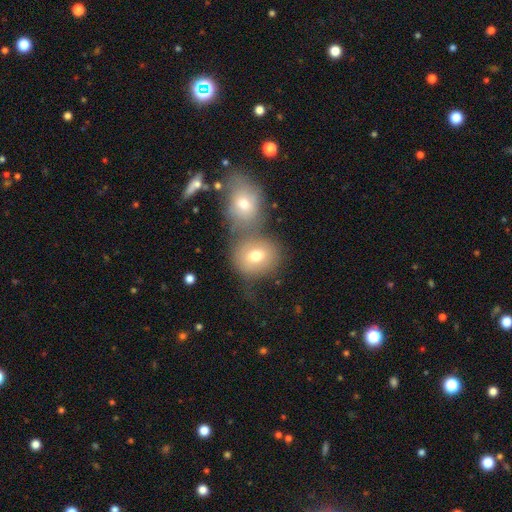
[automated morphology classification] This appears to be a smooth galaxy with no disk features (73%) that is round (70%). Merging: merger (44%).